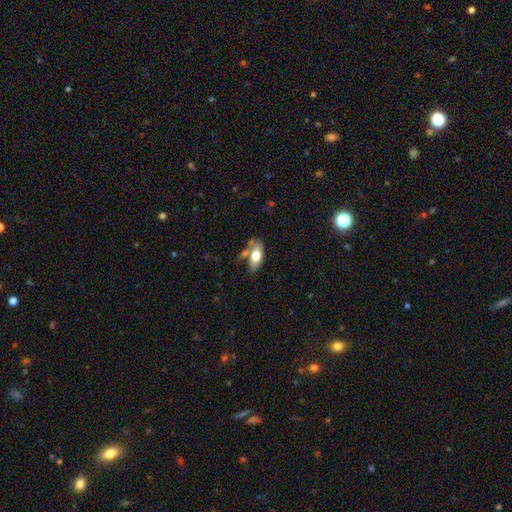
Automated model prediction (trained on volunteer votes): A smooth galaxy with no disk features (69%) that is in between round and cigar-shaped (86%). Merging: none (49%).